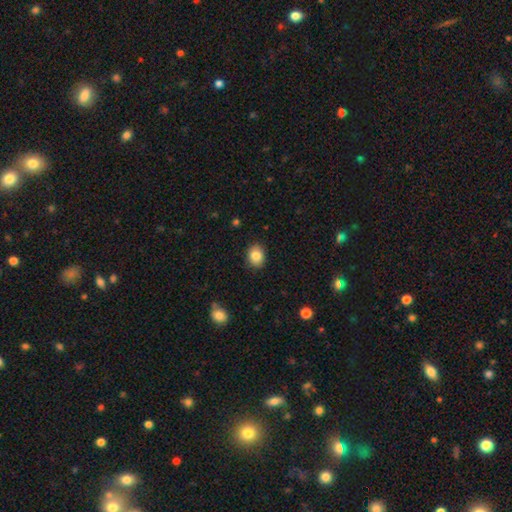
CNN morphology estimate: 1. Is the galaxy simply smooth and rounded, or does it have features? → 85% smooth, 9% star or artifact, 6% featured or disk.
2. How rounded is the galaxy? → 52% in between, 47% round, 1% cigar-shaped.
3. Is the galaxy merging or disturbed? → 87% none, 10% minor disturbance, 2% major disturbance, 1% merger.